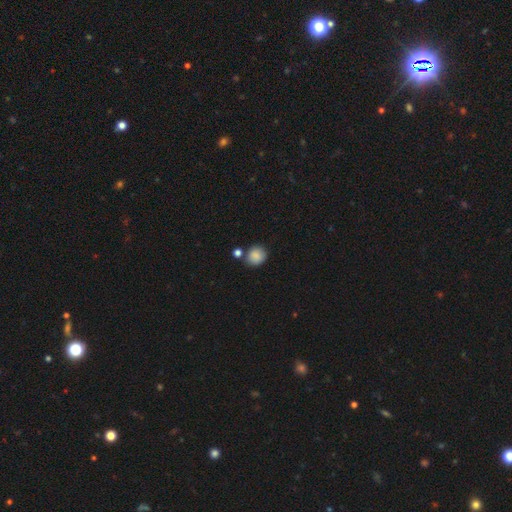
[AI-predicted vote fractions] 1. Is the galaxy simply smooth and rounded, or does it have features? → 87% smooth, 9% star or artifact, 5% featured or disk.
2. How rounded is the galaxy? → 85% round, 14% in between, 1% cigar-shaped.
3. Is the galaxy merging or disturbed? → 71% none, 13% merger, 12% minor disturbance, 3% major disturbance.